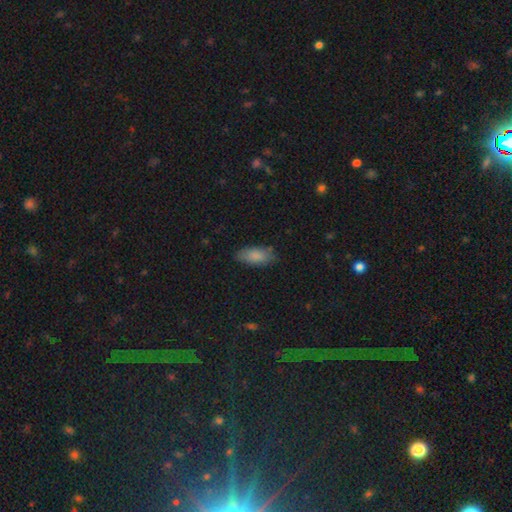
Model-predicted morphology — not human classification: The model was most divided on "merging": none: 78%, minor disturbance: 17%, major disturbance: 4%, merger: 1%. More confident: how rounded — in between (86%); smooth or featured — smooth (85%).